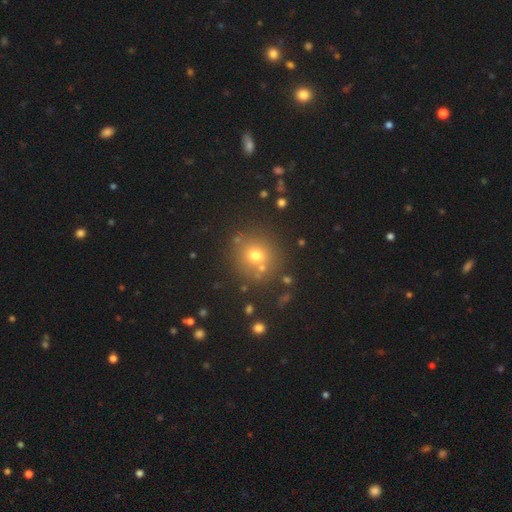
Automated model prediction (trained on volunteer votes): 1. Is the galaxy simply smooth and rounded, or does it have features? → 68% smooth, 20% star or artifact, 12% featured or disk.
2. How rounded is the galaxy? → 88% round, 11% in between, 1% cigar-shaped.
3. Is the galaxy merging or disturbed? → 77% none, 10% merger, 9% minor disturbance, 4% major disturbance.